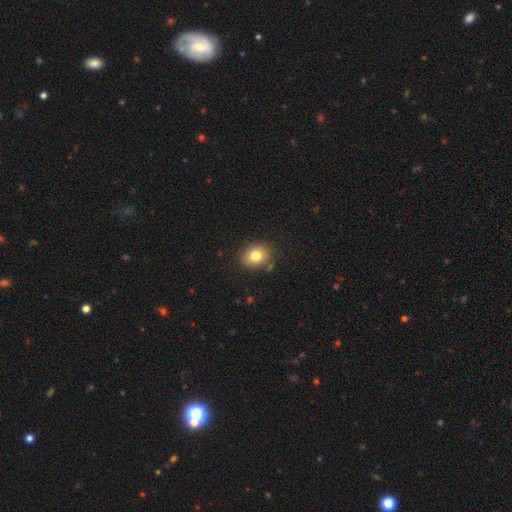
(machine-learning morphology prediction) smooth 80%, star or artifact 10%, featured or disk 10%. Down the decision tree: how rounded — in between (50%); merging — none (83%).